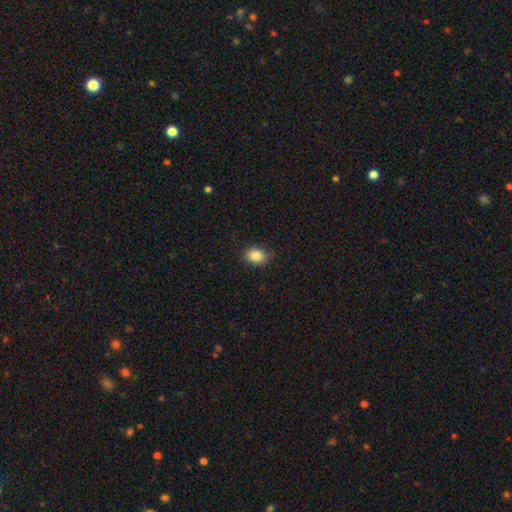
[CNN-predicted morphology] A smooth galaxy with no disk features (86%) that is in between round and cigar-shaped (67%). Merging: none (80%).